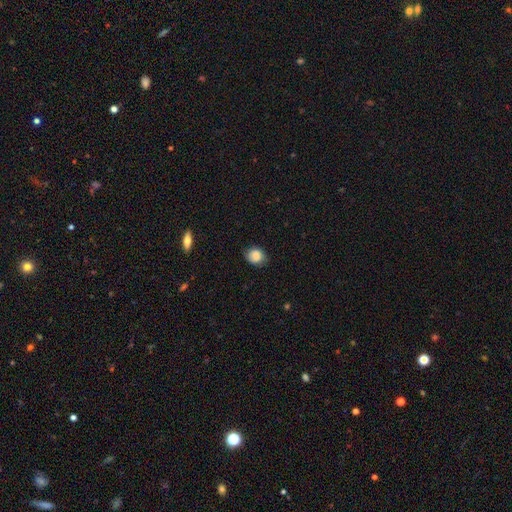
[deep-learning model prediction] Overall: smooth (85%). How rounded: round (62%; in between 36%). Merging: none (77%).